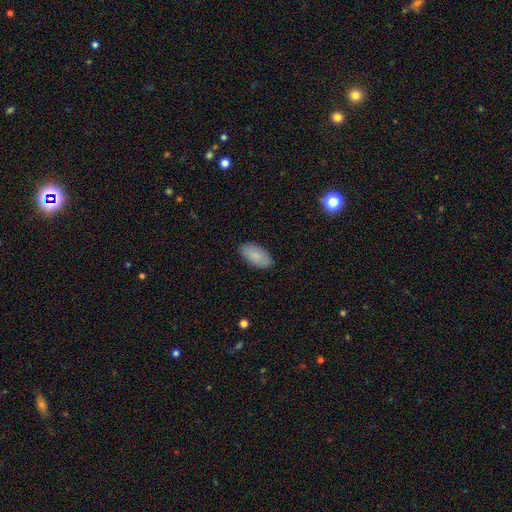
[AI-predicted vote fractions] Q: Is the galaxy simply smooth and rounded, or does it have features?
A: smooth — 83%.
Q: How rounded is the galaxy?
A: in between — 95%.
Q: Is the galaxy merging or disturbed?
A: none — 86%.